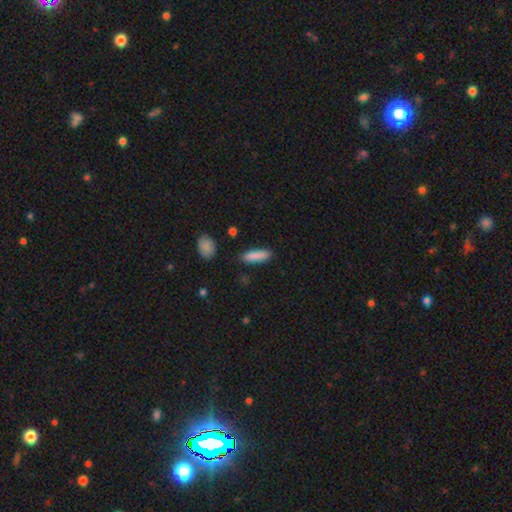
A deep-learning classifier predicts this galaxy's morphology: Smooth or featured? smooth (87%)
How rounded? cigar-shaped (61%)
Merging? none (85%)